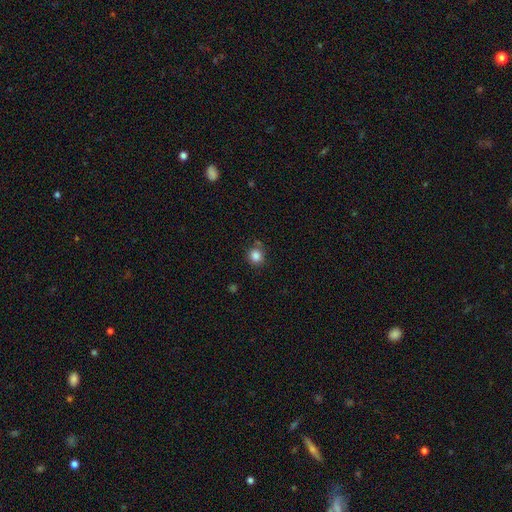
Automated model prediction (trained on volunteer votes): Morphology: type=smooth (85%); roundness=round (89%); merging=none (78%).